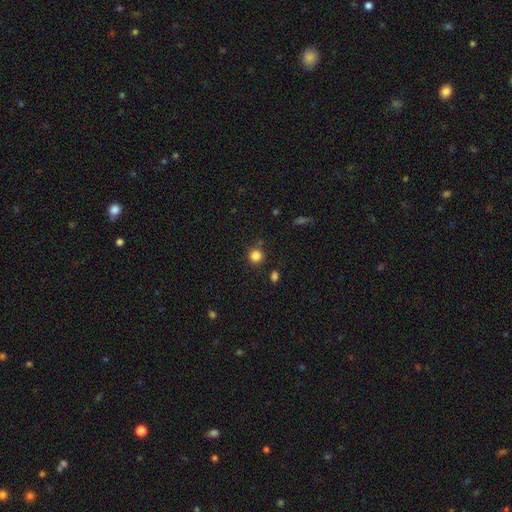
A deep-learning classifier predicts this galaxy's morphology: Smooth or featured: smooth — 84% (star or artifact — 12%)
How rounded: round — 93% (in between — 6%)
Merging: none — 85% (minor disturbance — 8%)